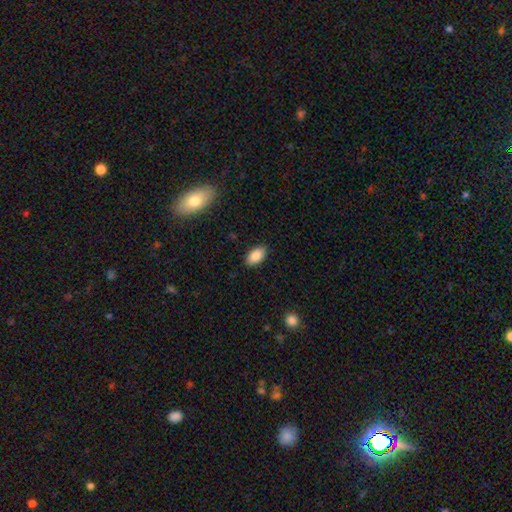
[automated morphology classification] Overall: smooth (87%). How rounded: in between (94%). Merging: none (88%).